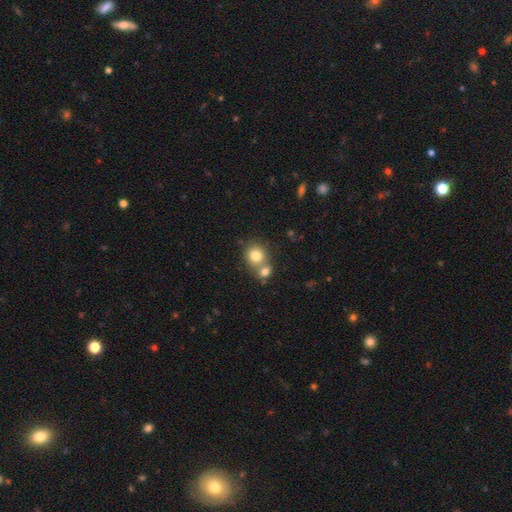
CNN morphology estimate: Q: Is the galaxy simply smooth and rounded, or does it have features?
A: smooth — 78%.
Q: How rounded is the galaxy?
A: round — 81%.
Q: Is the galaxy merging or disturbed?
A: none — 48%.